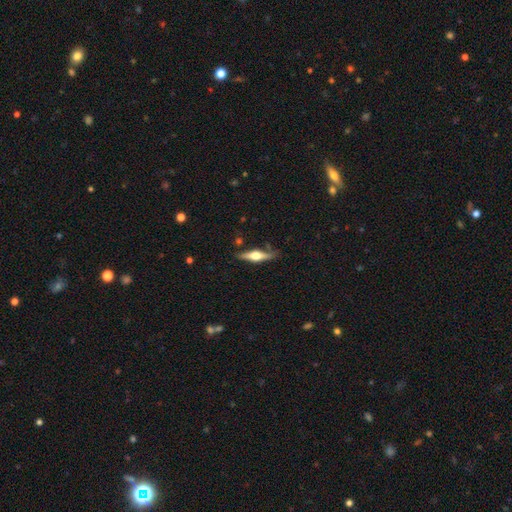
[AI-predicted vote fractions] Smooth or featured?
  - featured or disk: 63% *
  - smooth: 31%
  - star or artifact: 6%
Edge-on disk?
  - yes: 95% *
  - no: 5%
Edge-on bulge?
  - rounded: 94% *
  - boxy: 4%
  - none: 2%
Merging?
  - none: 76% *
  - minor disturbance: 16%
  - major disturbance: 5%
  - merger: 3%